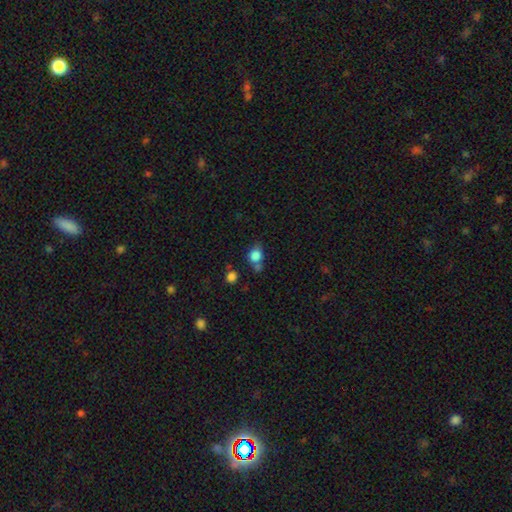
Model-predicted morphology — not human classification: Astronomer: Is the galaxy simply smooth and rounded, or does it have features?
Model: smooth — 82%.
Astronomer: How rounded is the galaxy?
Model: round — 59% (runner-up: in between, 40%).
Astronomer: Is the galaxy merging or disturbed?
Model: none — 51%.